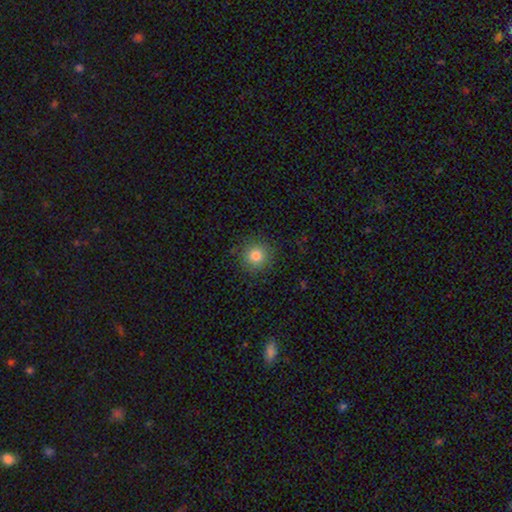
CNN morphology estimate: type=smooth (82%); roundness=round (93%); merging=none (89%).